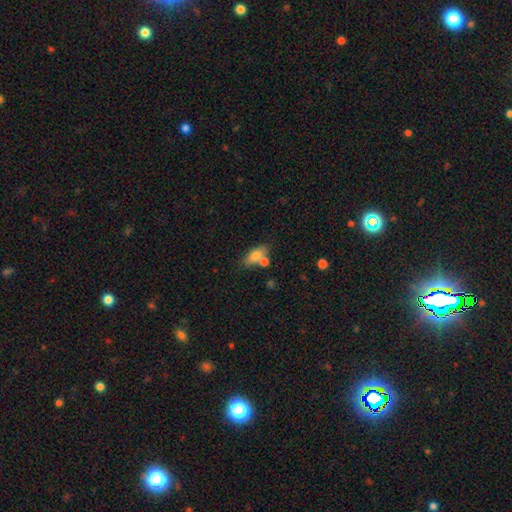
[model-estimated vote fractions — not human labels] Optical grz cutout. It shows a smooth galaxy with no disk features (73%) that is in between round and cigar-shaped (76%). Merging: none (57%).